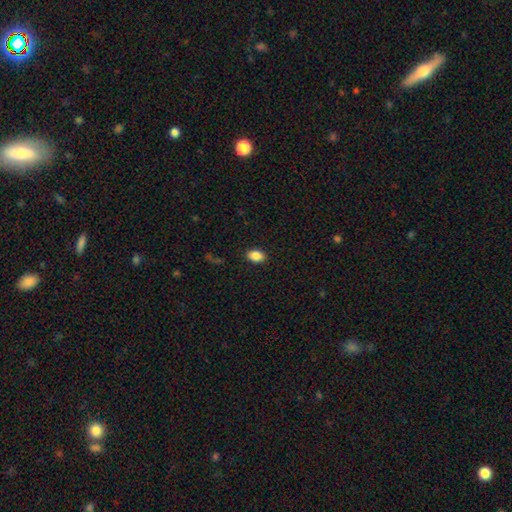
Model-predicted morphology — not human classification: type=smooth (87%); roundness=in between (86%); merging=none (89%).